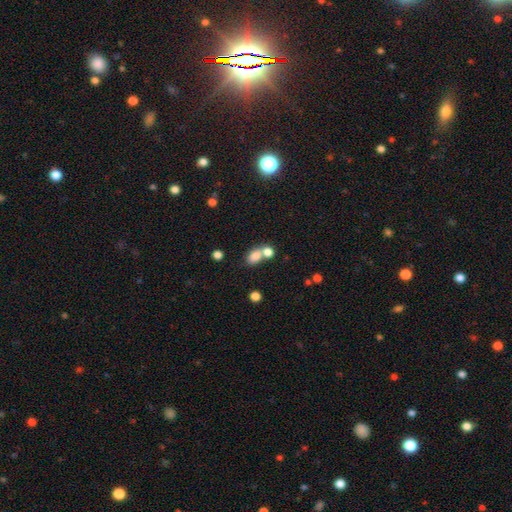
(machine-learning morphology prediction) Smooth or featured? smooth (79%)
How rounded? in between (72%)
Merging? merger (52%)